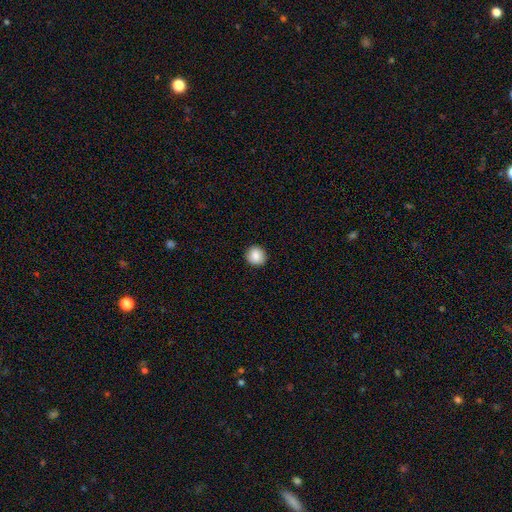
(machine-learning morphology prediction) This appears to be a smooth galaxy with no disk features (84%) that is round (89%). Merging: none (90%).